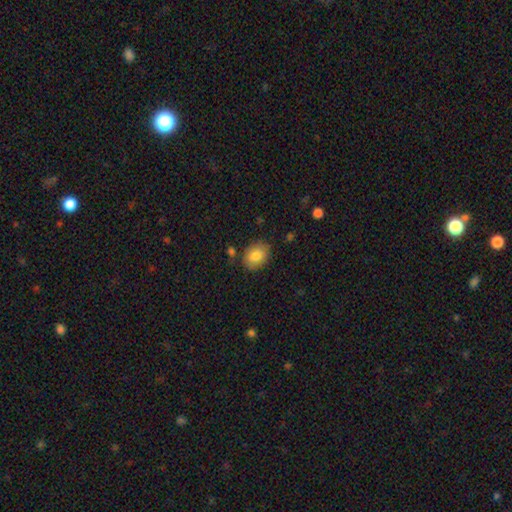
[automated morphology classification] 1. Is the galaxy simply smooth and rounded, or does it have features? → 83% smooth, 10% featured or disk, 8% star or artifact.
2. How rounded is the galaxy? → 62% in between, 37% round, 1% cigar-shaped.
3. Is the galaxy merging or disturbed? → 81% none, 13% minor disturbance, 3% major disturbance, 3% merger.